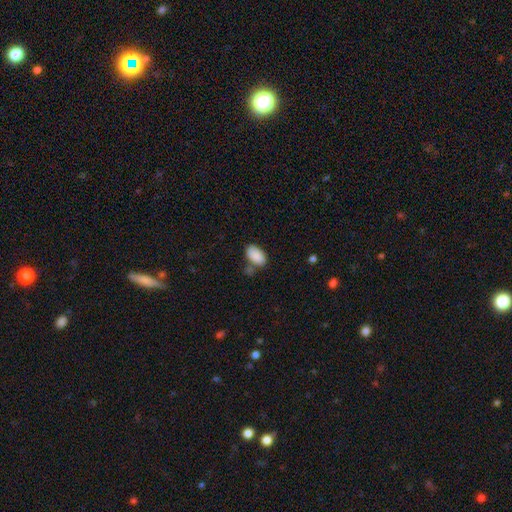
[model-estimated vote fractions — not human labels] Overall: smooth (89%). How rounded: in between (95%). Merging: none (62%).